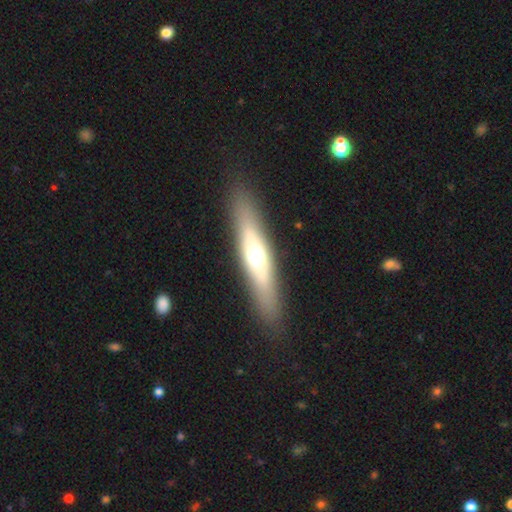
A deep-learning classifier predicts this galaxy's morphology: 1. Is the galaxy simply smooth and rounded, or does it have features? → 50% featured or disk, 43% smooth, 6% star or artifact.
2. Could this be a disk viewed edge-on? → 77% yes, 23% no.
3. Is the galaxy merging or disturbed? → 87% none, 9% minor disturbance, 3% major disturbance, 1% merger.